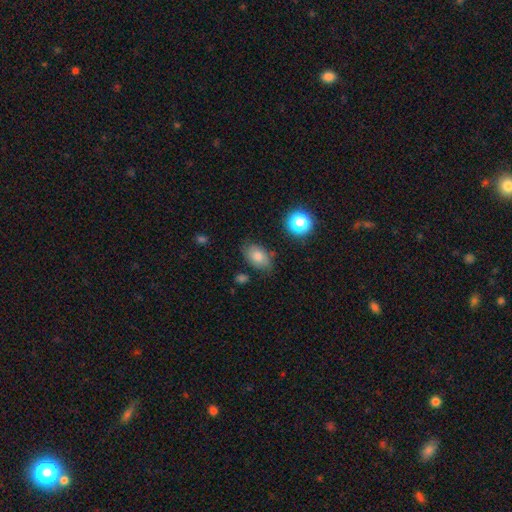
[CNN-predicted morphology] Smooth or featured? Predicted: smooth (p=0.72). How rounded? Predicted: in between (p=0.84). Merging? Predicted: none (p=0.76).